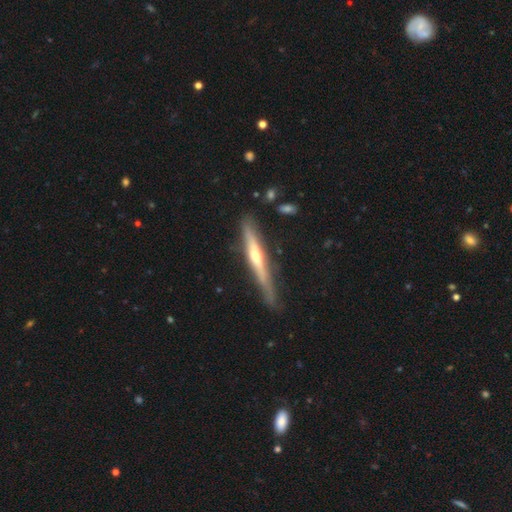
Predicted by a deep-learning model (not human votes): A featured or disk galaxy (68%) viewed edge-on (95%) with a rounded central bulge (74%). Merging: none (74%).